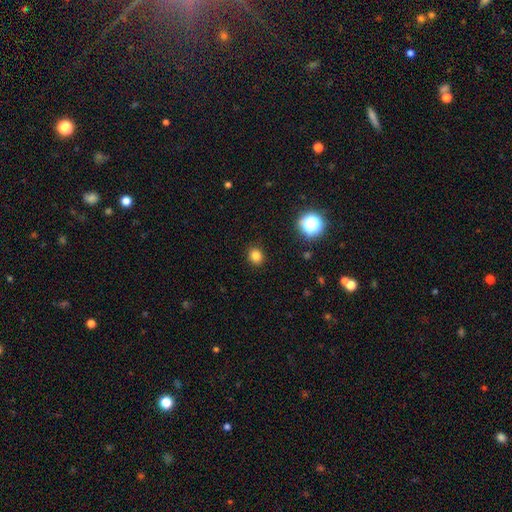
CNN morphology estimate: smooth-or-featured: smooth: 81% | star or artifact: 14% | featured or disk: 4%
  how-rounded: round: 77% | in between: 22% | cigar-shaped: 1%
  merging: none: 90% | minor disturbance: 7% | major disturbance: 2% | merger: 1%